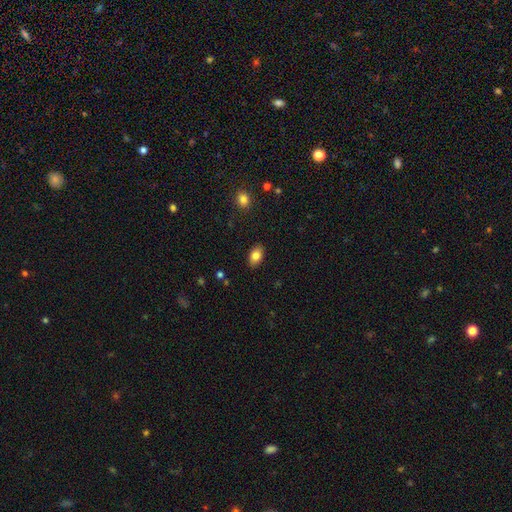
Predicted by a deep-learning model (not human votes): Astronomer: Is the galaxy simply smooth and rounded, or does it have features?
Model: smooth — 82%.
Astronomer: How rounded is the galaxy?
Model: in between — 89%.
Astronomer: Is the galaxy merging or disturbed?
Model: none — 88%.